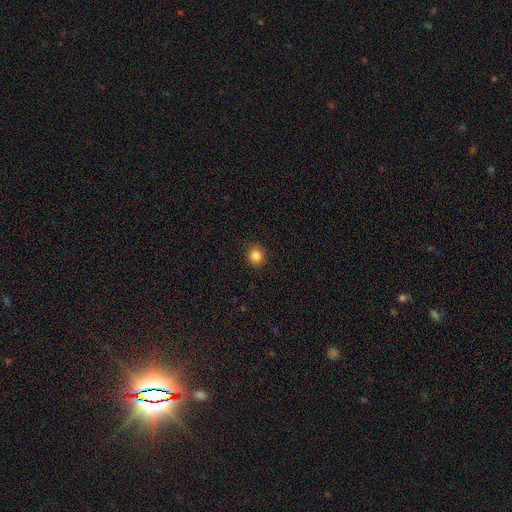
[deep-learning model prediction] Q: Smooth or featured?
A: smooth (85%); runner-up: star or artifact (11%)
Q: How rounded?
A: round (81%); runner-up: in between (18%)
Q: Merging?
A: none (90%); runner-up: minor disturbance (7%)